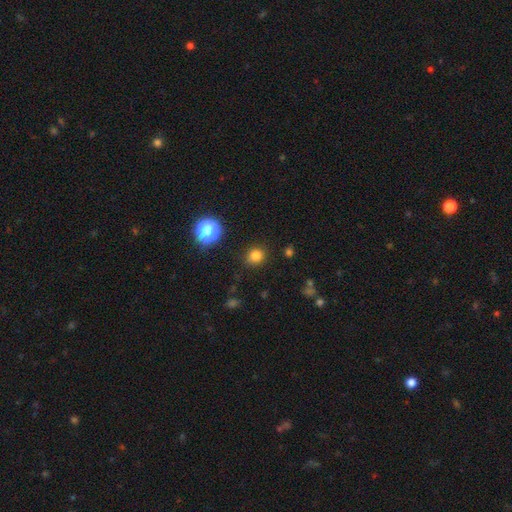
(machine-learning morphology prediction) This is likely a smooth galaxy (80%). How rounded: clearly round (84%). Merging: clearly none (88%).